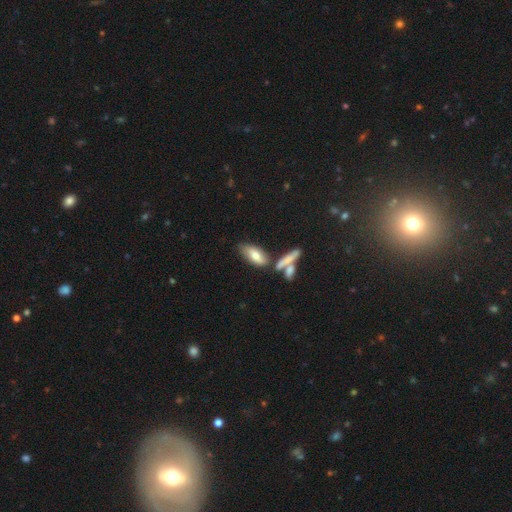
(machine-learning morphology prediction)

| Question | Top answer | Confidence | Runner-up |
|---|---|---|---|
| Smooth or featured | smooth | 70% | featured or disk (23%) |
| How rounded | in between | 75% | cigar-shaped (22%) |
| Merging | none | 51% | merger (26%) |